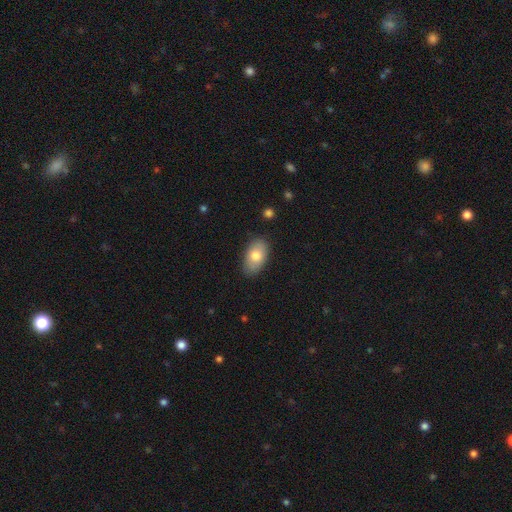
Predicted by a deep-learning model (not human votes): Morphology: type=smooth (76%); roundness=in between (93%); merging=none (85%).